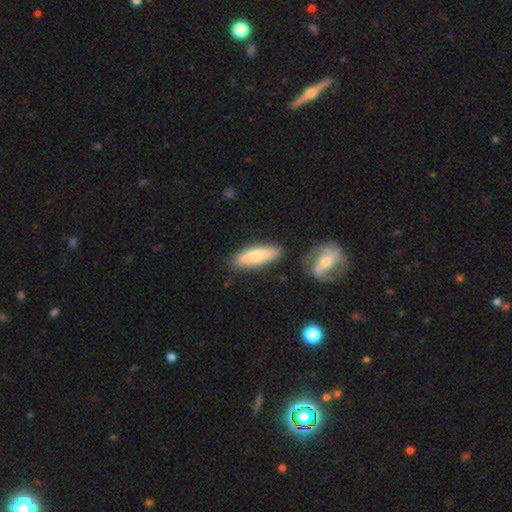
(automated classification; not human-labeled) A smooth galaxy with no disk features (73%) that is cigar-shaped (58%).

Vote fractions:
- Smooth or featured? smooth: 73% / featured or disk: 21% / star or artifact: 6%
- How rounded? cigar-shaped: 58% / in between: 40% / round: 2%
- Merging? none: 80% / minor disturbance: 12% / merger: 5% / major disturbance: 3%